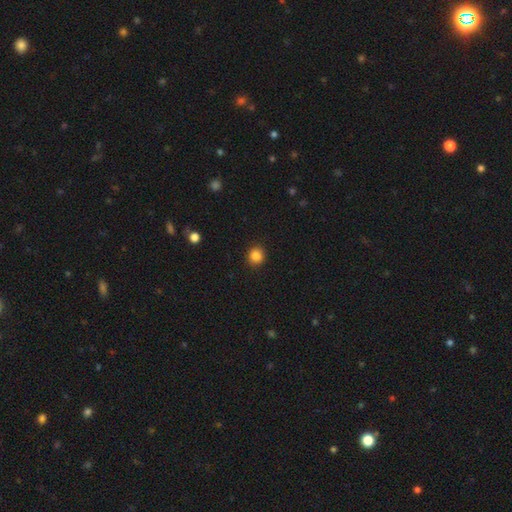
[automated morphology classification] type=smooth (86%); roundness=round (87%); merging=none (90%).